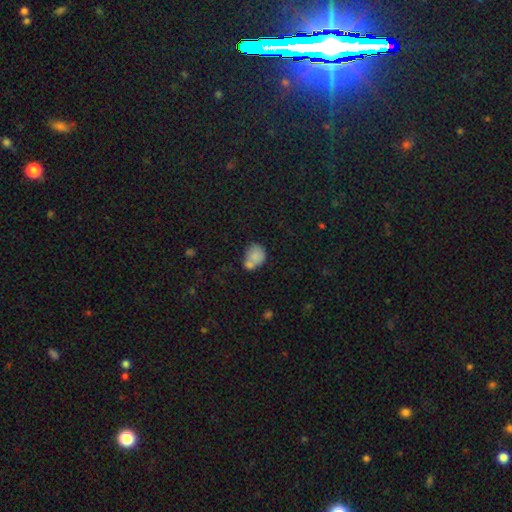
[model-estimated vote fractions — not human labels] Q: Smooth or featured?
A: smooth (78%); runner-up: featured or disk (12%)
Q: How rounded?
A: round (57%); runner-up: in between (42%)
Q: Merging?
A: merger (42%); runner-up: none (35%)